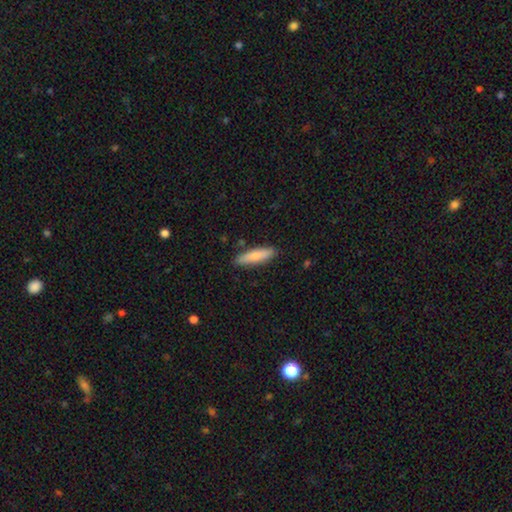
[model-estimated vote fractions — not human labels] smooth-or-featured: smooth: 73% | featured or disk: 22% | star or artifact: 6%
  how-rounded: cigar-shaped: 68% | in between: 30% | round: 2%
  merging: none: 86% | minor disturbance: 10% | major disturbance: 2% | merger: 2%